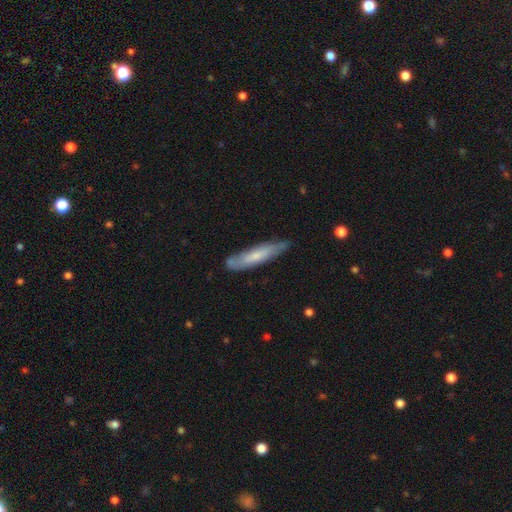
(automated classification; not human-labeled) Smooth or featured? smooth (54%)
How rounded? cigar-shaped (86%)
Merging? none (74%)